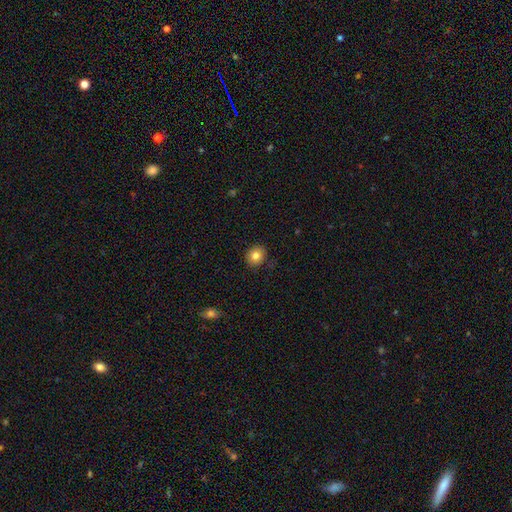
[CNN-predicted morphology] smooth-or-featured: smooth: 81% | star or artifact: 11% | featured or disk: 8%
  how-rounded: round: 81% | in between: 18% | cigar-shaped: 1%
  merging: none: 88% | minor disturbance: 9% | major disturbance: 2% | merger: 1%